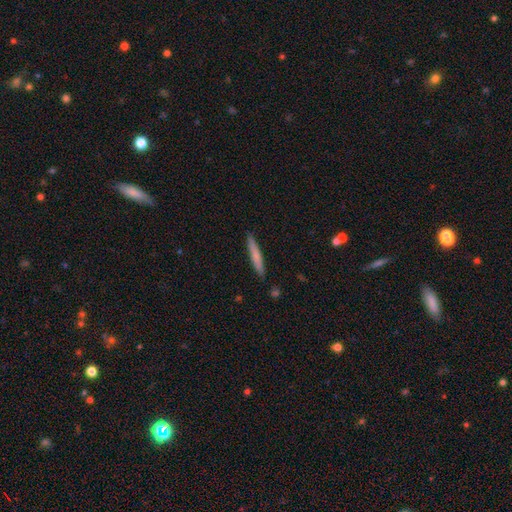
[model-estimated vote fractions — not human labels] Smooth or featured? smooth (74%)
How rounded? cigar-shaped (95%)
Merging? none (90%)